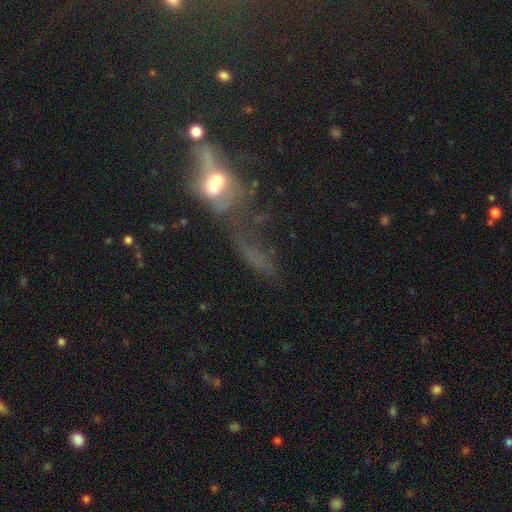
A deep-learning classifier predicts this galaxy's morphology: Smooth or featured? featured or disk (40%)
Merging? major disturbance (41%)